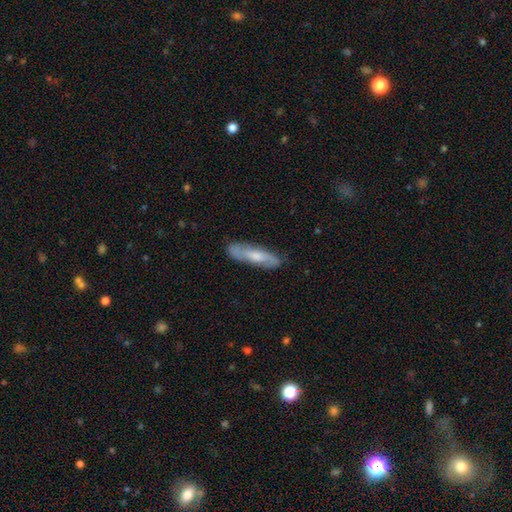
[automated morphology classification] smooth_or_featured: smooth (p=0.49) [alt: featured or disk p=0.45]
merging: none (p=0.80) [alt: minor disturbance p=0.15]